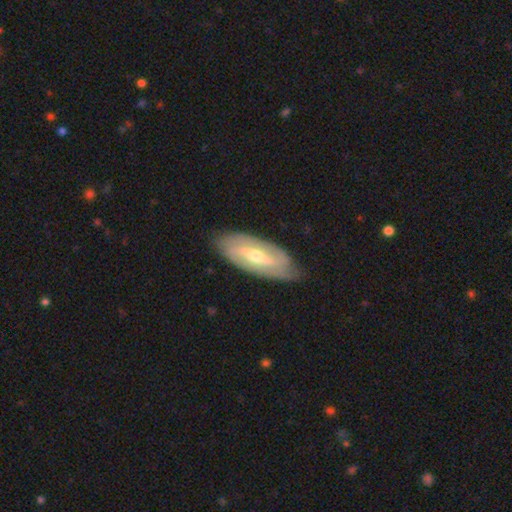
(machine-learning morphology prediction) Smooth or featured? Predicted: featured or disk (p=0.75). Edge-on disk? Predicted: no (p=0.88). Bar? Predicted: strong (p=0.41). Spiral arms? Predicted: yes (p=0.83). Spiral winding? Predicted: tight (p=0.48). Spiral arm count? Predicted: 2 (p=0.69). Bulge size? Predicted: moderate (p=0.59). Merging? Predicted: none (p=0.80).